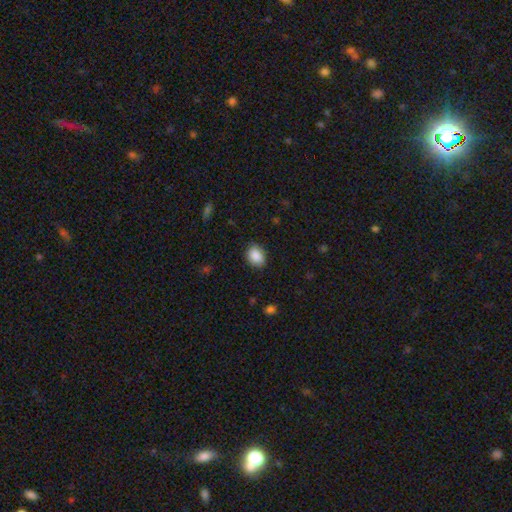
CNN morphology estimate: Smooth or featured? smooth (89%)
How rounded? in between (65%)
Merging? none (86%)